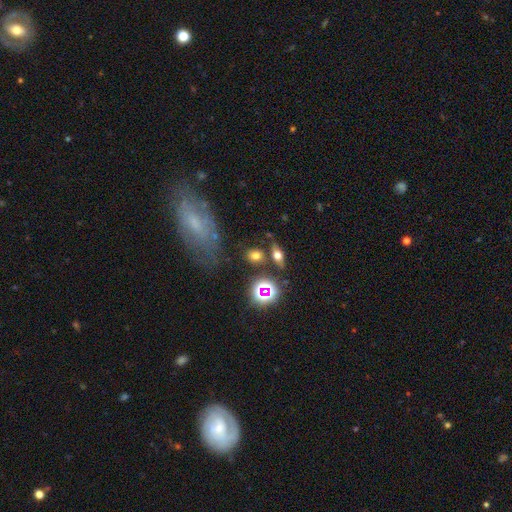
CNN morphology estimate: smooth_or_featured: smooth (p=0.67) [alt: star or artifact p=0.18]
how_rounded: in between (p=0.66) [alt: round p=0.30]
merging: none (p=0.72) [alt: minor disturbance p=0.12]